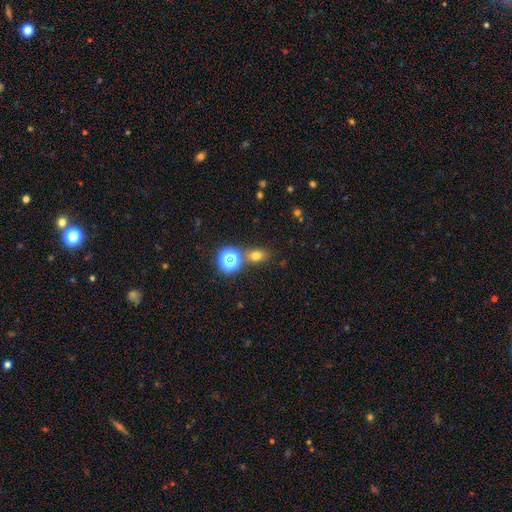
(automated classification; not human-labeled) Q: Smooth or featured?
A: smooth (65%); runner-up: star or artifact (26%)
Q: How rounded?
A: in between (57%); runner-up: round (41%)
Q: Merging?
A: none (74%); runner-up: merger (12%)